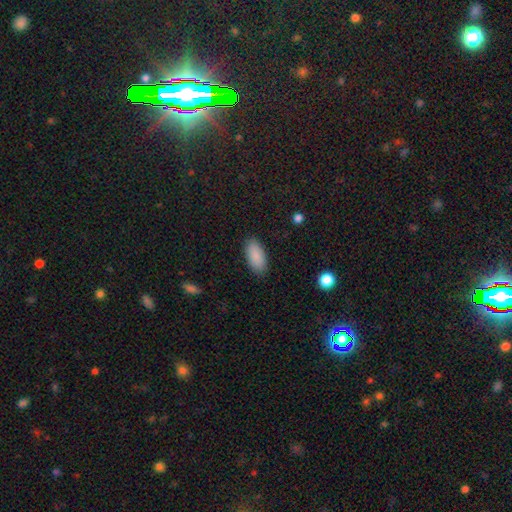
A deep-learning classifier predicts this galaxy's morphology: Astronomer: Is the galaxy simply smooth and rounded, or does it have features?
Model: smooth — 89%.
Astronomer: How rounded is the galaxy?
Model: in between — 92%.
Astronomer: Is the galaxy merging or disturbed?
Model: none — 87%.